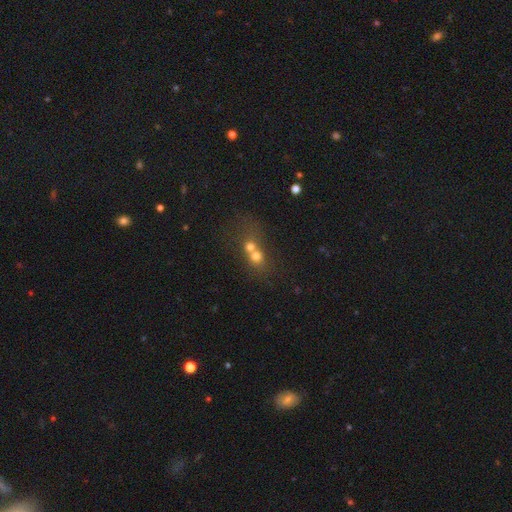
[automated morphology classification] A smooth galaxy with no disk features (64%) that is round (73%).

Vote fractions:
- Smooth or featured? smooth: 64% / featured or disk: 20% / star or artifact: 15%
- How rounded? round: 73% / in between: 25% / cigar-shaped: 2%
- Merging? merger: 67% / none: 24% / minor disturbance: 5% / major disturbance: 4%